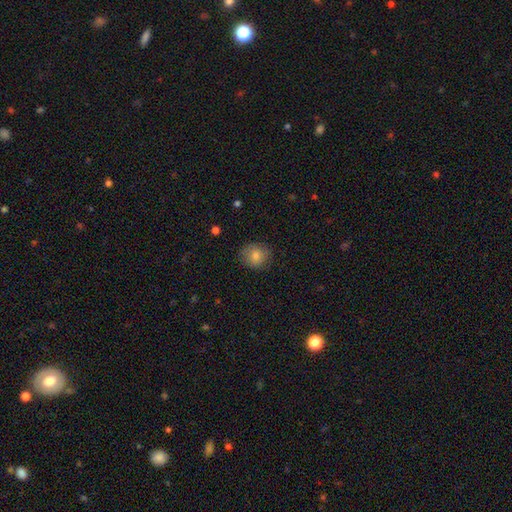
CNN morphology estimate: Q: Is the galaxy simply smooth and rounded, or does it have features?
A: smooth — 77%.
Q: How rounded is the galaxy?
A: round — 81%.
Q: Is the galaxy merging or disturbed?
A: none — 81%.